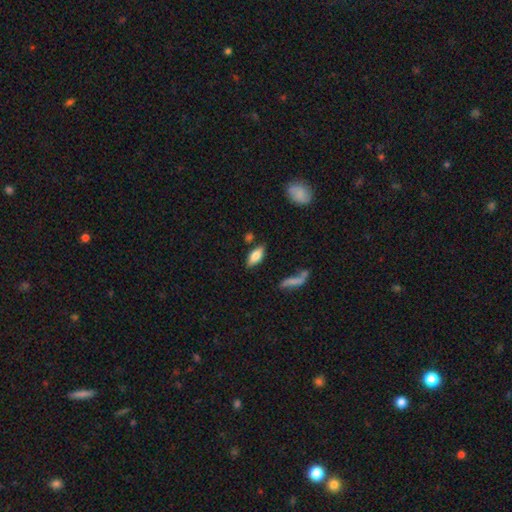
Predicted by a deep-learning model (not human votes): Smooth or featured?
  - smooth: 74% *
  - featured or disk: 19%
  - star or artifact: 7%
How rounded?
  - in between: 79% *
  - cigar-shaped: 18%
  - round: 3%
Merging?
  - none: 78% *
  - minor disturbance: 14%
  - merger: 4%
  - major disturbance: 3%